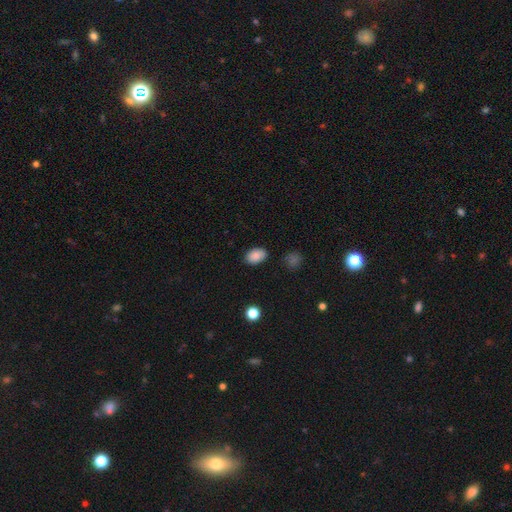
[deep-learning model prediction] Smooth or featured?
  - smooth: 86% *
  - star or artifact: 8%
  - featured or disk: 5%
How rounded?
  - in between: 86% *
  - round: 13%
  - cigar-shaped: 1%
Merging?
  - none: 85% *
  - minor disturbance: 11%
  - major disturbance: 3%
  - merger: 2%